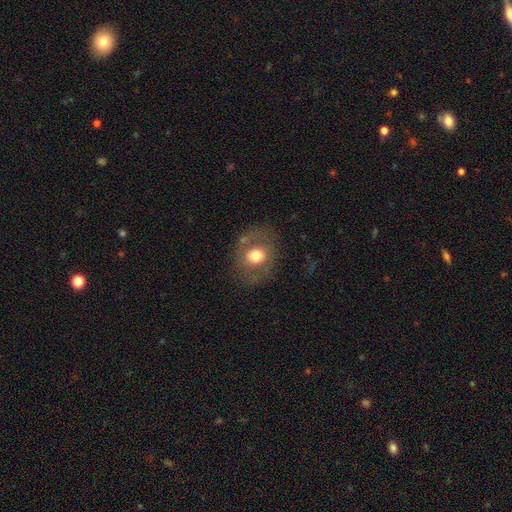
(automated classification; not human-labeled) A smooth galaxy with no disk features (60%) that is round (54%).

Vote fractions:
- Smooth or featured? smooth: 60% / featured or disk: 30% / star or artifact: 9%
- How rounded? round: 54% / in between: 45% / cigar-shaped: 1%
- Merging? none: 74% / minor disturbance: 15% / major disturbance: 9% / merger: 2%